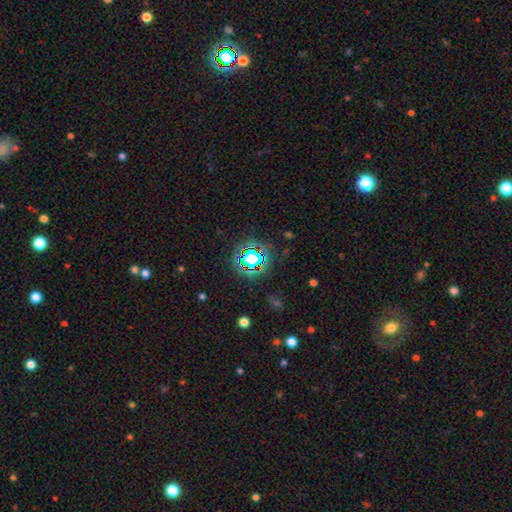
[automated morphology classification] This appears to be a star or artifact, not a galaxy (67%).